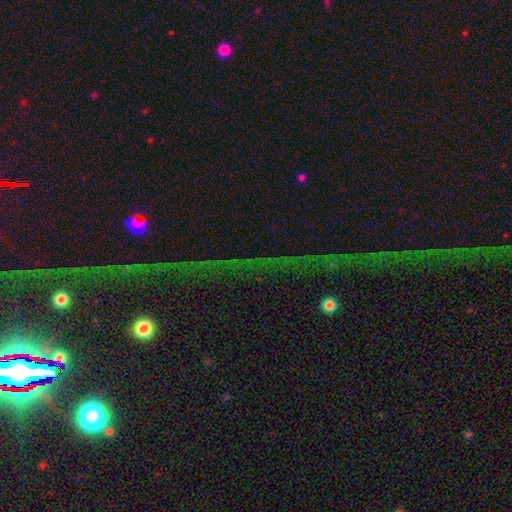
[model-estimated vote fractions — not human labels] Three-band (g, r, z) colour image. It shows a star or artifact, not a galaxy (71%).